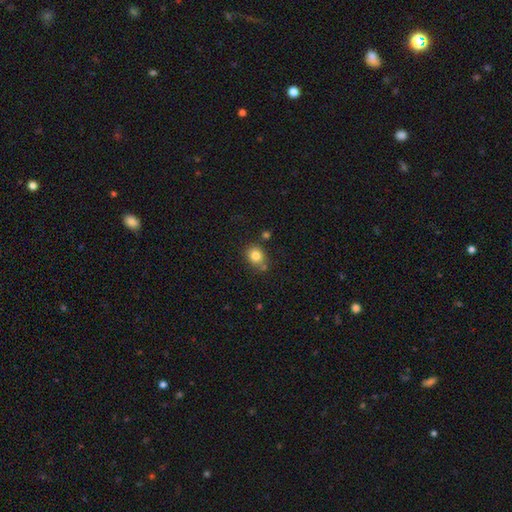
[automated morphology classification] smooth 82%, star or artifact 10%, featured or disk 8%. Down the decision tree: how rounded — round (62%); merging — none (71%).